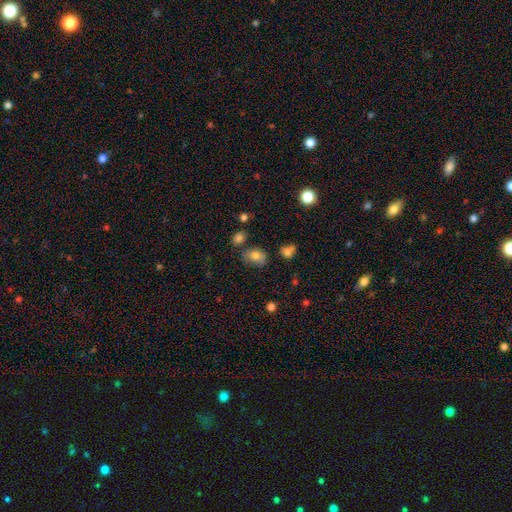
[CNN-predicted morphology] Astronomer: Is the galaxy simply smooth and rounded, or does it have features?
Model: smooth — 76%.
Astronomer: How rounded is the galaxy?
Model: in between — 66%.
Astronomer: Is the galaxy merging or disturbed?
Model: none — 59%.